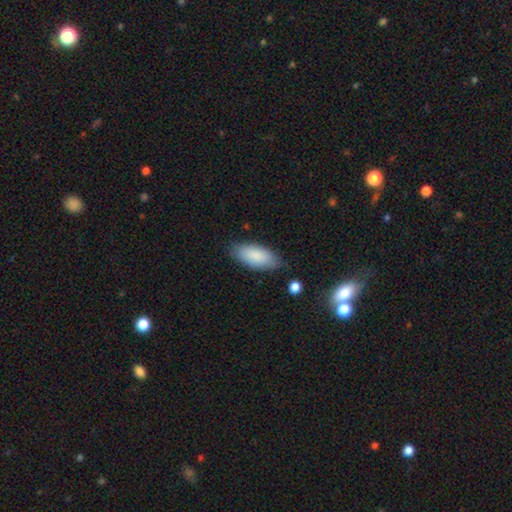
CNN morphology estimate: type=smooth (86%); roundness=in between (88%); merging=none (76%).